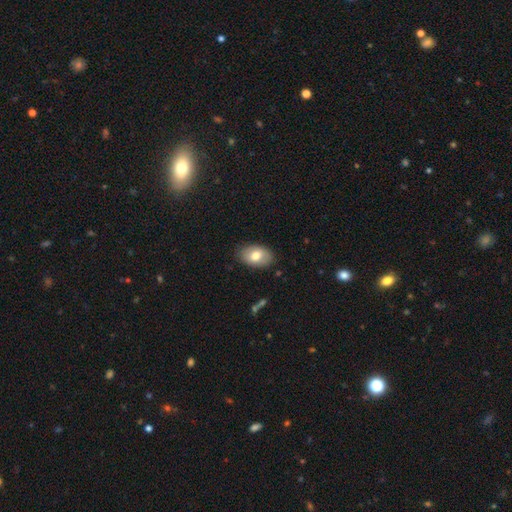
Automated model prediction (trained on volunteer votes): Q: Smooth or featured?
A: smooth (76%); runner-up: featured or disk (17%)
Q: How rounded?
A: in between (90%); runner-up: round (9%)
Q: Merging?
A: none (85%); runner-up: minor disturbance (12%)